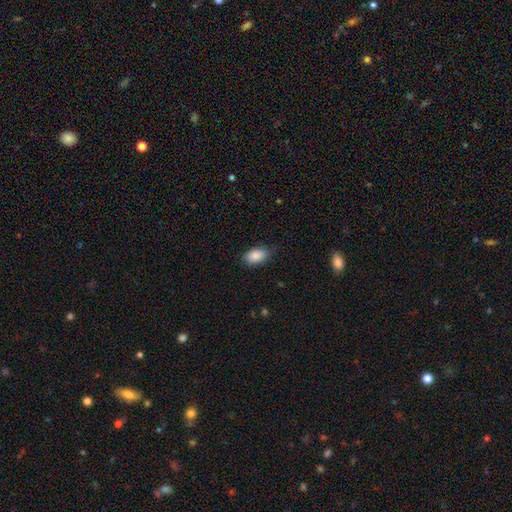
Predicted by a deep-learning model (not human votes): smooth_or_featured: smooth (p=0.88) [alt: star or artifact p=0.07]
how_rounded: in between (p=0.92) [alt: round p=0.06]
merging: none (p=0.77) [alt: minor disturbance p=0.18]